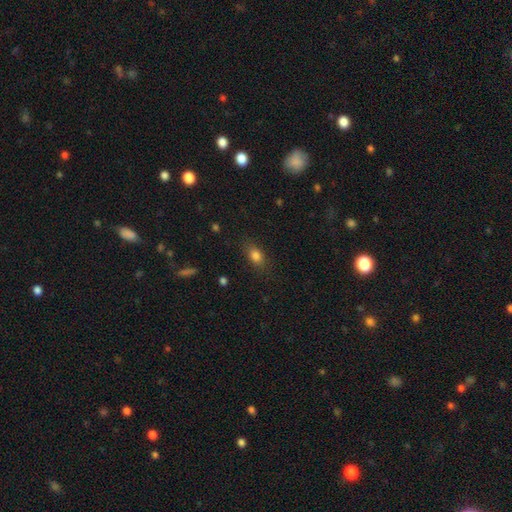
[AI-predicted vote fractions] The model was most divided on "how rounded": in between: 76%, round: 18%, cigar-shaped: 5%. More confident: smooth or featured — smooth (81%); merging — none (81%).